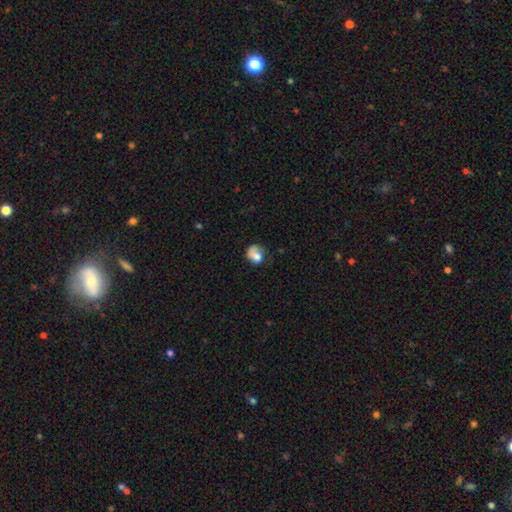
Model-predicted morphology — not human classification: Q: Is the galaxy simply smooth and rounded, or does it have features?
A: smooth — 66%.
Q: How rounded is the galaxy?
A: round — 57%.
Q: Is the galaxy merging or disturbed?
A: none — 38%.